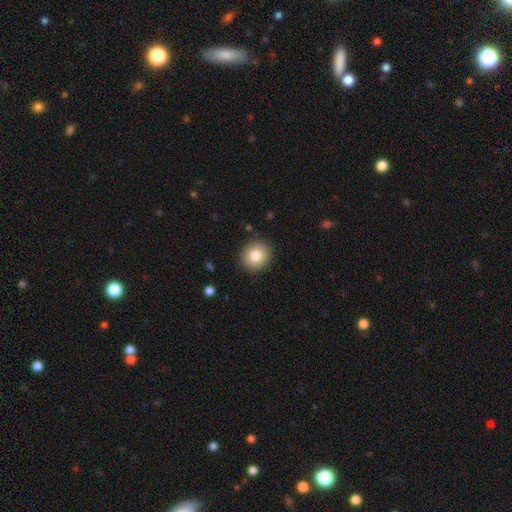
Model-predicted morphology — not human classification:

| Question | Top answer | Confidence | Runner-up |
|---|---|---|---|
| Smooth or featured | smooth | 82% | featured or disk (9%) |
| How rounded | round | 85% | in between (14%) |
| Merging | none | 90% | minor disturbance (7%) |